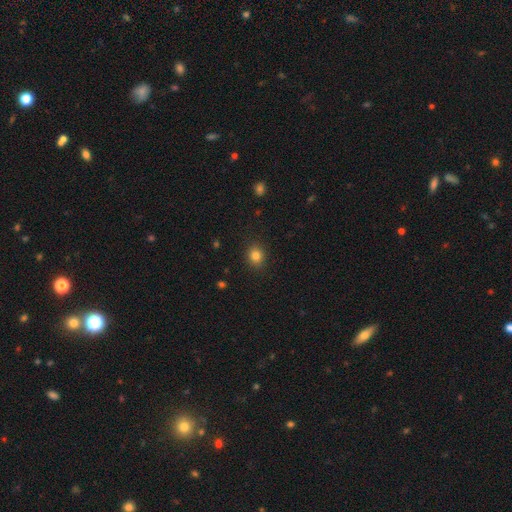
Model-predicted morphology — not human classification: The model was most divided on "how rounded": round: 70%, in between: 29%, cigar-shaped: 1%. More confident: merging — none (89%); smooth or featured — smooth (82%).